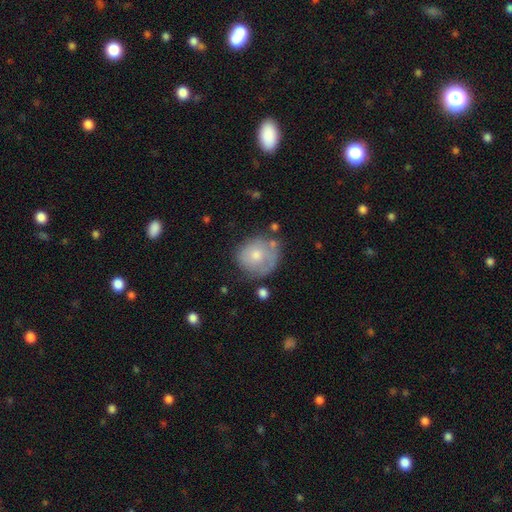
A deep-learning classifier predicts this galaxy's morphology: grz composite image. It shows a smooth galaxy with no disk features (58%) that is round (83%). Merging: none (61%).